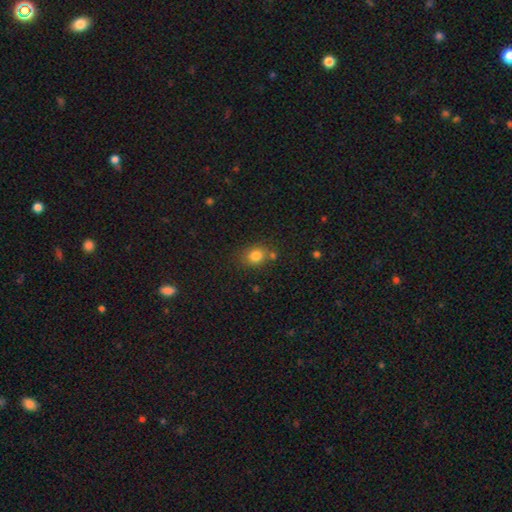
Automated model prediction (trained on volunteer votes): Smooth or featured?
  - smooth: 82% *
  - star or artifact: 11%
  - featured or disk: 7%
How rounded?
  - round: 56% *
  - in between: 43%
  - cigar-shaped: 1%
Merging?
  - none: 71% *
  - minor disturbance: 14%
  - merger: 11%
  - major disturbance: 4%